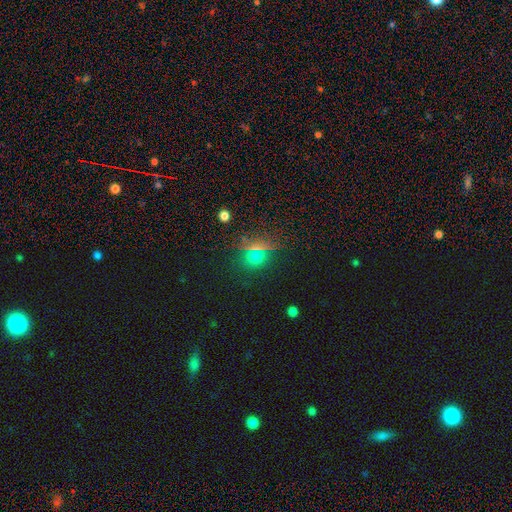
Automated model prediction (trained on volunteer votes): Overall: smooth (60%; star or artifact 33%). How rounded: round (81%). Merging: none (80%).